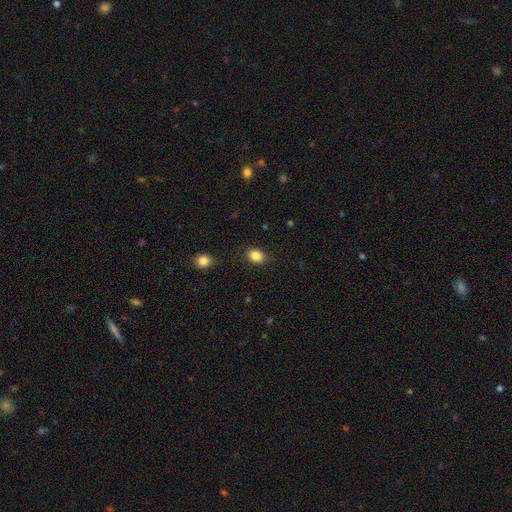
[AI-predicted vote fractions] This appears to be a smooth galaxy with no disk features (86%) that is in between round and cigar-shaped (66%). Merging: none (85%).